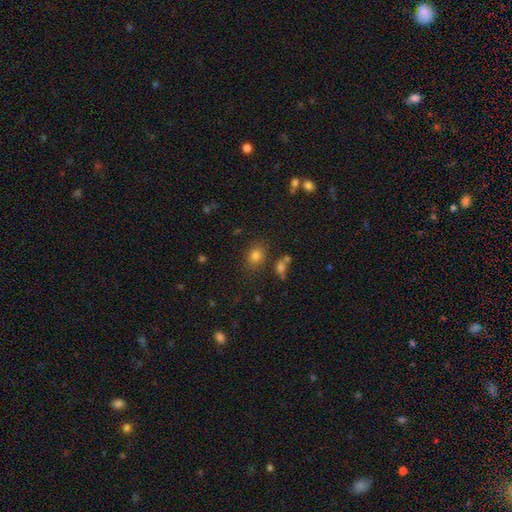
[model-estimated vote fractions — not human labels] This appears to be a smooth galaxy with no disk features (78%) that is in between round and cigar-shaped (54%). Merging: none (77%).